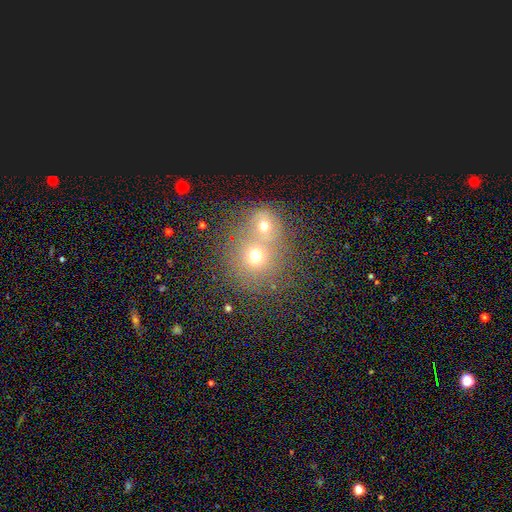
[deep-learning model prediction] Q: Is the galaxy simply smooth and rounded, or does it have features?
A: smooth — 66%.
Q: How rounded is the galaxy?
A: round — 83%.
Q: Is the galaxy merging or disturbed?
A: merger — 54%.